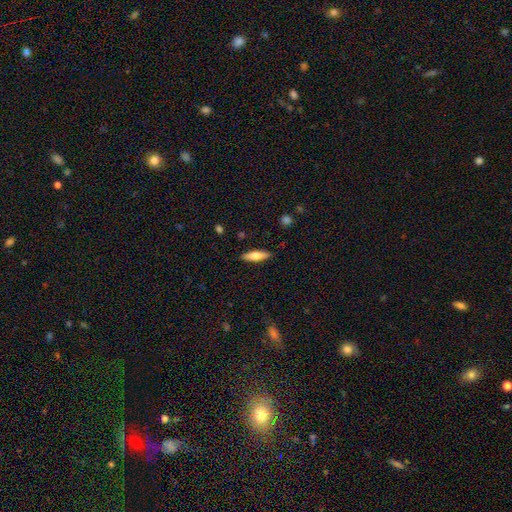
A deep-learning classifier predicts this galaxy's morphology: Smooth or featured? Predicted: smooth (p=0.70). How rounded? Predicted: cigar-shaped (p=0.67). Merging? Predicted: none (p=0.88).